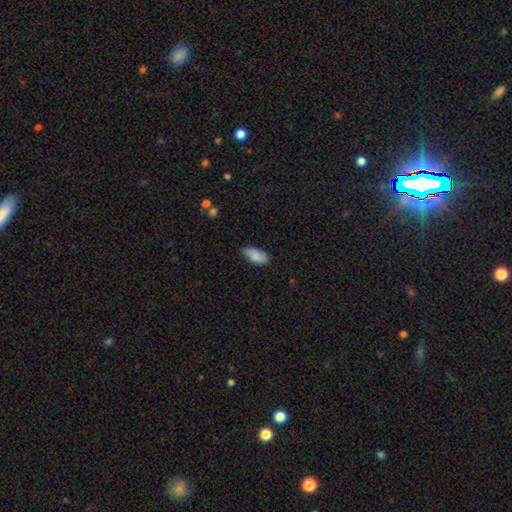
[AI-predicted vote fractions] smooth 87%, featured or disk 7%, star or artifact 6%. Down the decision tree: how rounded — in between (91%); merging — none (82%).